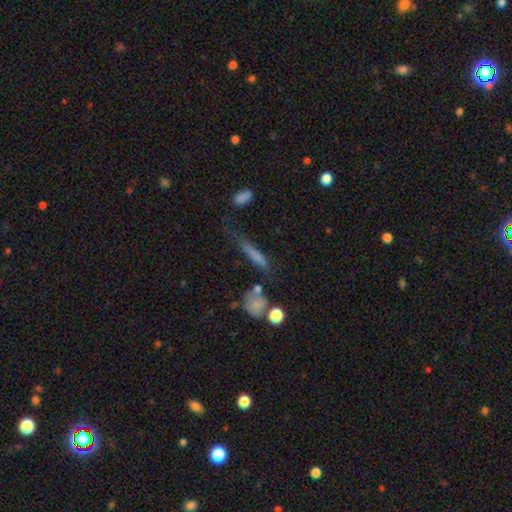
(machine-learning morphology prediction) A smooth galaxy with no disk features (61%) that is cigar-shaped (82%). Merging: none (51%).